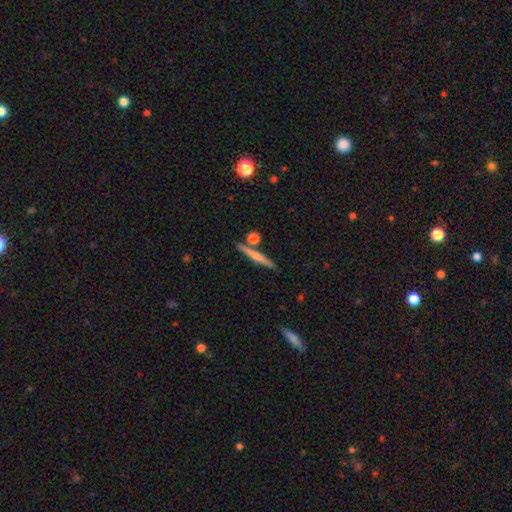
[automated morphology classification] type=smooth (56%); roundness=cigar-shaped (91%); merging=none (81%).